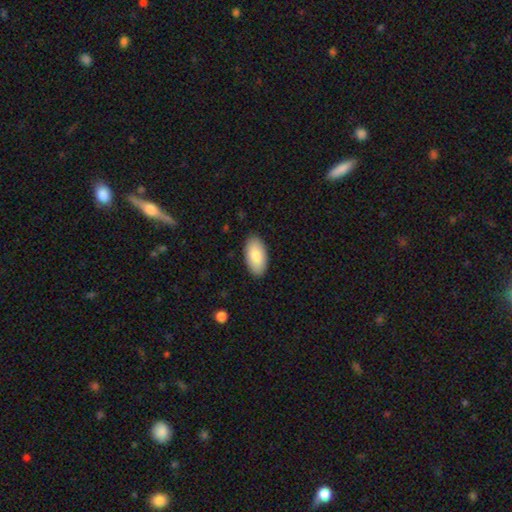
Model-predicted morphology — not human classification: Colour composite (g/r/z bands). It shows a smooth galaxy with no disk features (83%) that is in between round and cigar-shaped (96%). Merging: none (88%).